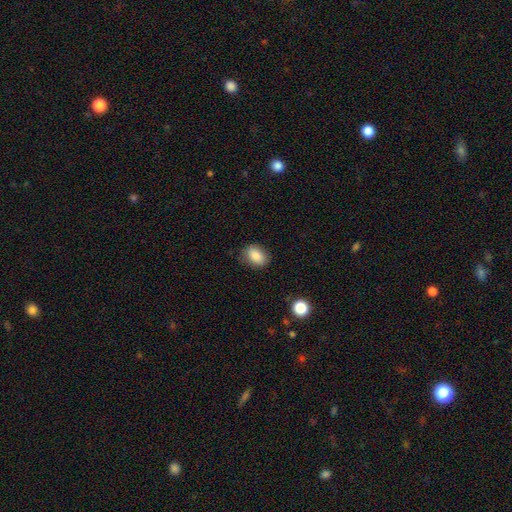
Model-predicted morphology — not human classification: smooth 86%, star or artifact 8%, featured or disk 5%. Down the decision tree: how rounded — in between (77%); merging — none (81%).